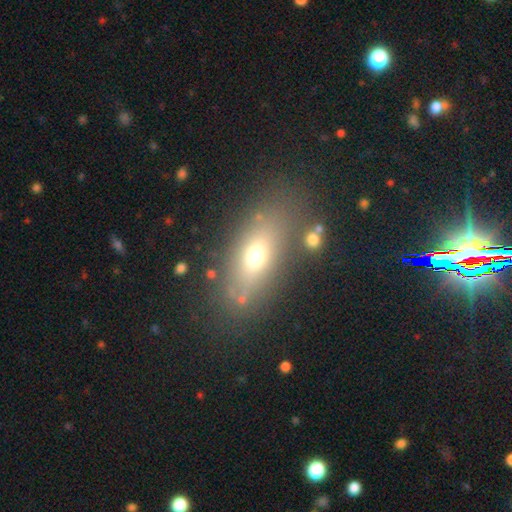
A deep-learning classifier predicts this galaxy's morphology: Smooth or featured? smooth (63%)
How rounded? in between (71%)
Merging? none (76%)